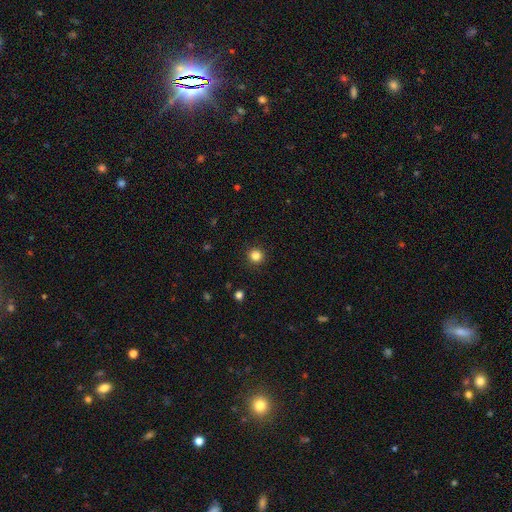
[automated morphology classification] Q: Smooth or featured?
A: smooth (84%); runner-up: star or artifact (12%)
Q: How rounded?
A: round (95%); runner-up: in between (4%)
Q: Merging?
A: none (93%); runner-up: minor disturbance (5%)